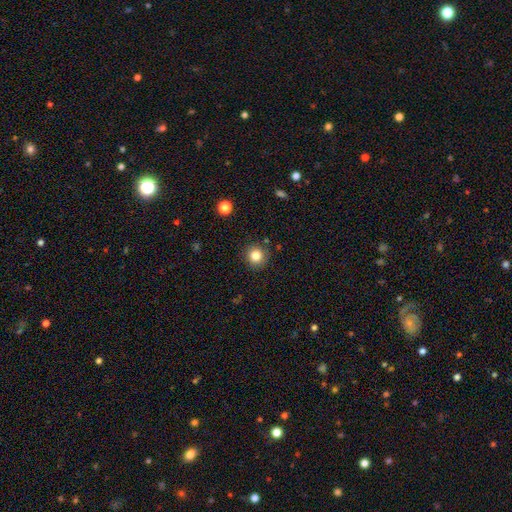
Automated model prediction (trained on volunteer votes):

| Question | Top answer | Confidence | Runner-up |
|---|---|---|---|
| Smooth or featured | smooth | 83% | star or artifact (11%) |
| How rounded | round | 92% | in between (7%) |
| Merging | none | 88% | minor disturbance (8%) |